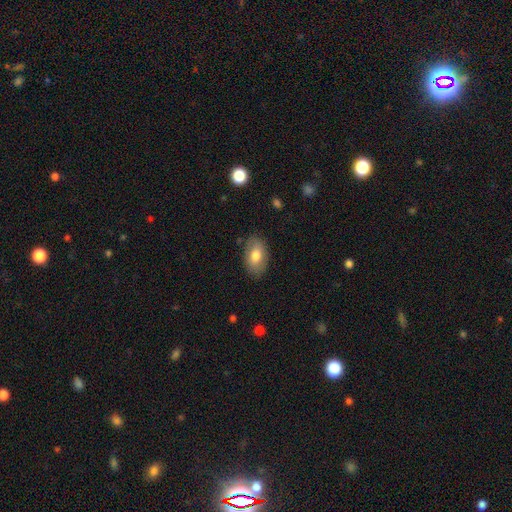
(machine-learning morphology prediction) Q: Smooth or featured?
A: smooth (76%); runner-up: featured or disk (17%)
Q: How rounded?
A: in between (91%); runner-up: round (7%)
Q: Merging?
A: none (82%); runner-up: minor disturbance (14%)